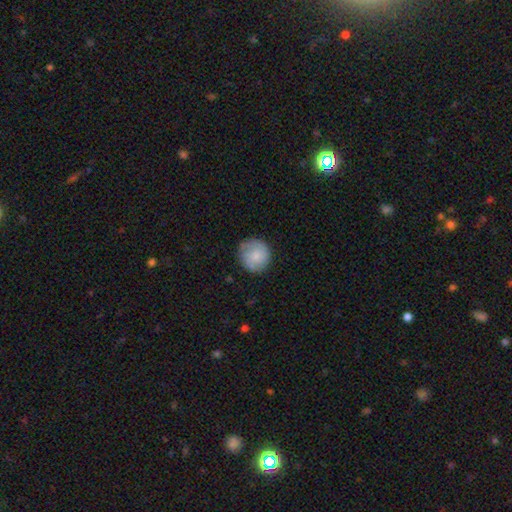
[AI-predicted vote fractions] Smooth or featured? smooth (67%)
How rounded? round (90%)
Merging? none (77%)